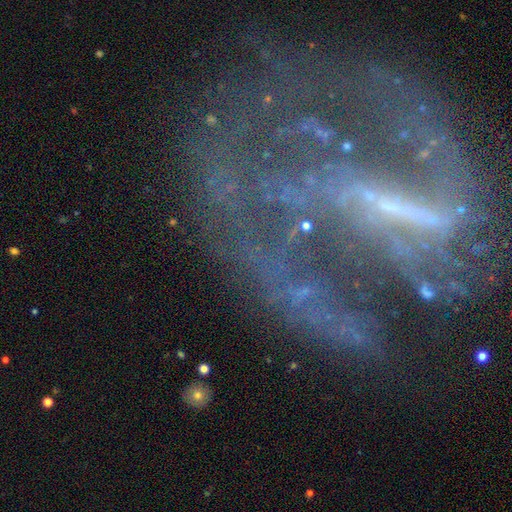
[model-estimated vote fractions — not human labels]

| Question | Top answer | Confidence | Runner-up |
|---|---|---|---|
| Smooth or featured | featured or disk | 70% | star or artifact (20%) |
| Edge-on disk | no | 89% | yes (11%) |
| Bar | strong | 45% | weak (28%) |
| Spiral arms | yes | 66% | no (34%) |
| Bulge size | small | 44% | none (30%) |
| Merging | none | 50% | major disturbance (28%) |